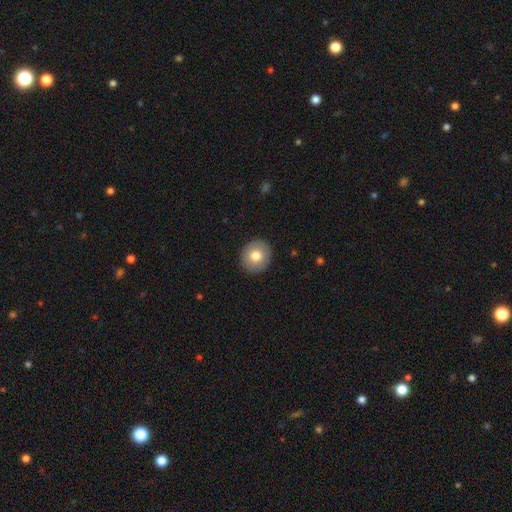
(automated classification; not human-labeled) Smooth or featured? Predicted: smooth (p=0.75). How rounded? Predicted: round (p=0.86). Merging? Predicted: none (p=0.91).